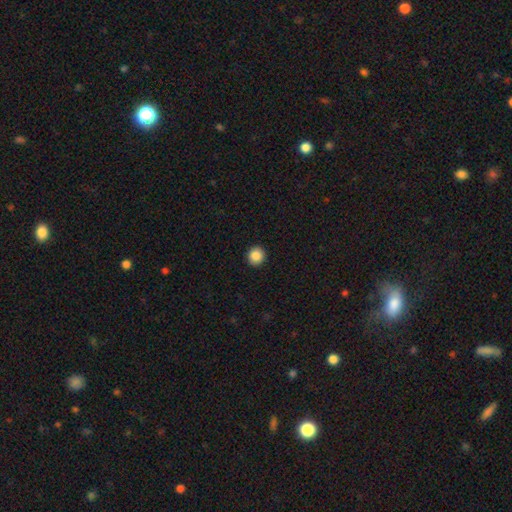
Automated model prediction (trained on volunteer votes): A smooth galaxy with no disk features (88%) that is round (94%). Merging: none (93%).